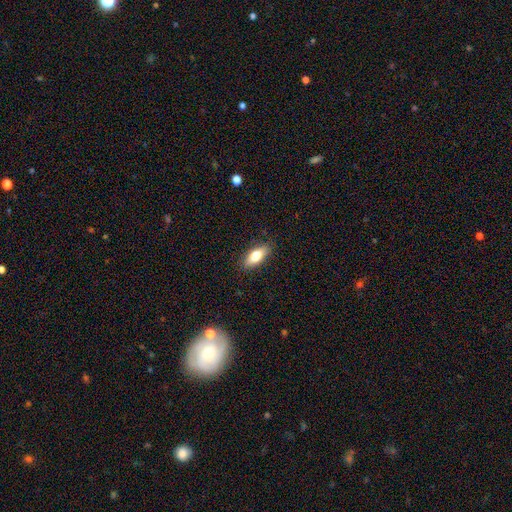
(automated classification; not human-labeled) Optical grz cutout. It shows a smooth galaxy with no disk features (72%) that is in between round and cigar-shaped (76%). Merging: none (87%).